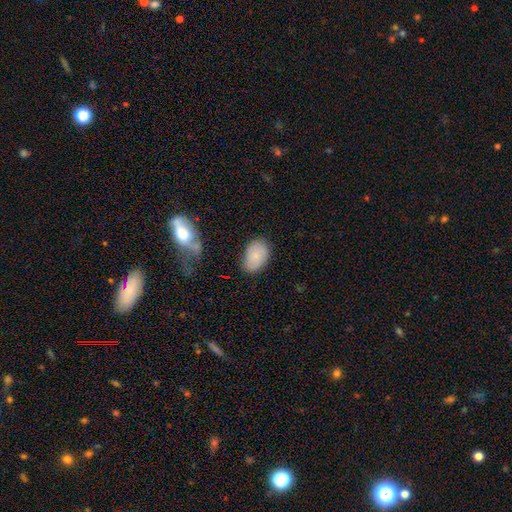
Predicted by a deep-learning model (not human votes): This appears to be a smooth galaxy with no disk features (78%) that is in between round and cigar-shaped (88%). Merging: none (75%).